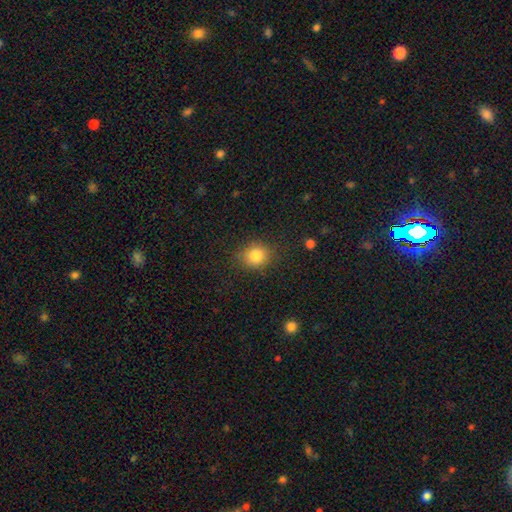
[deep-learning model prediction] A smooth galaxy with no disk features (82%) that is round (73%). Merging: none (83%).